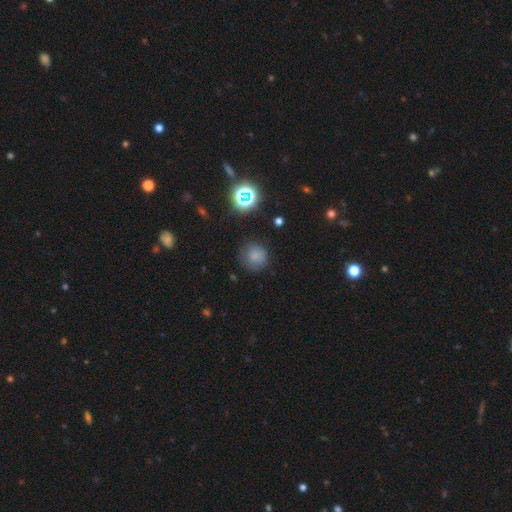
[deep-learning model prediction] Overall: smooth (75%). How rounded: round (90%). Merging: none (78%).